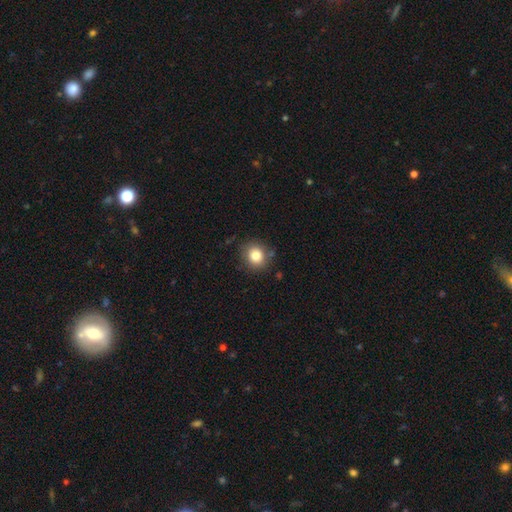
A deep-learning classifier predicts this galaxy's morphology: A smooth galaxy with no disk features (82%) that is round (84%). Merging: none (84%).